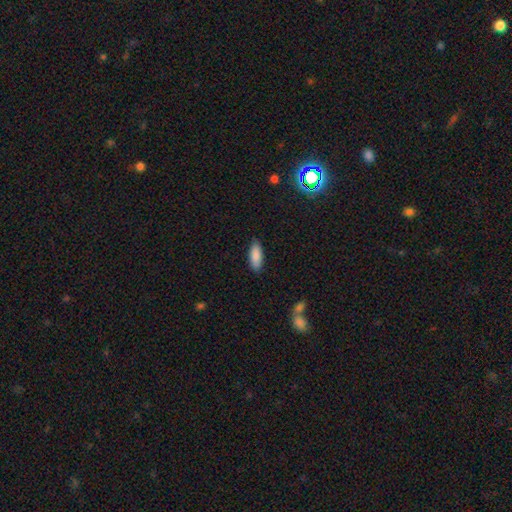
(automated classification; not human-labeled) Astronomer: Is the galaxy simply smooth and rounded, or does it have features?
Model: smooth — 88%.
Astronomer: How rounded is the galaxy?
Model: in between — 69%.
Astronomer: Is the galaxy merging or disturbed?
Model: none — 87%.